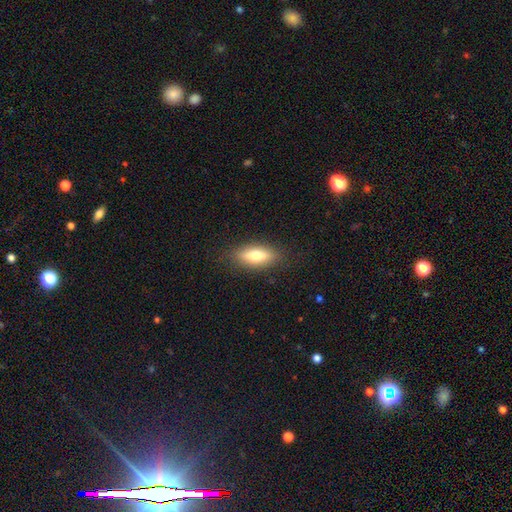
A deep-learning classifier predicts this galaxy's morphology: A smooth galaxy with no disk features (68%) that is in between round and cigar-shaped (70%). Merging: none (86%).